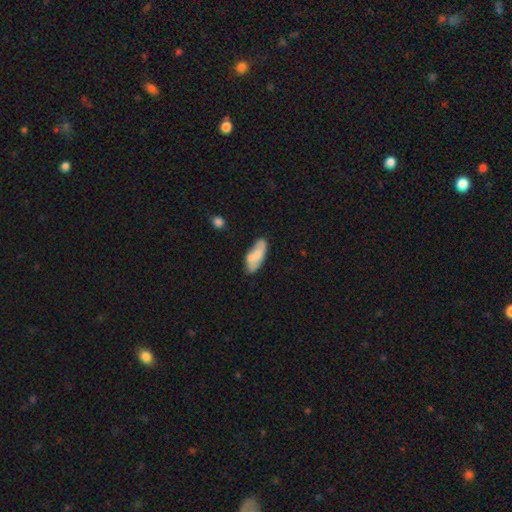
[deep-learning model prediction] The model was most divided on "merging": none: 60%, minor disturbance: 23%, merger: 11%, major disturbance: 6%. More confident: how rounded — in between (77%); smooth or featured — smooth (68%).